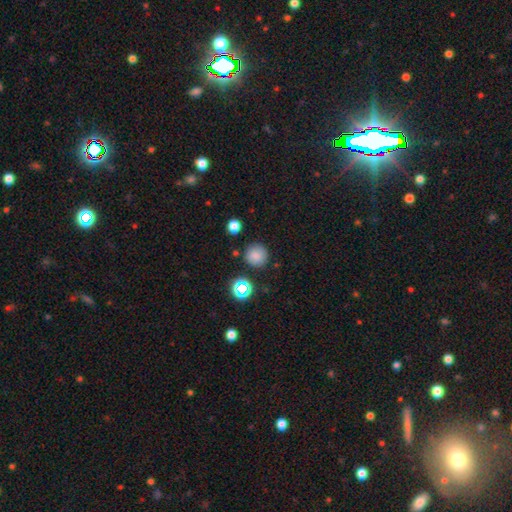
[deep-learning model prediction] A smooth galaxy with no disk features (80%) that is round (93%). Merging: none (84%).